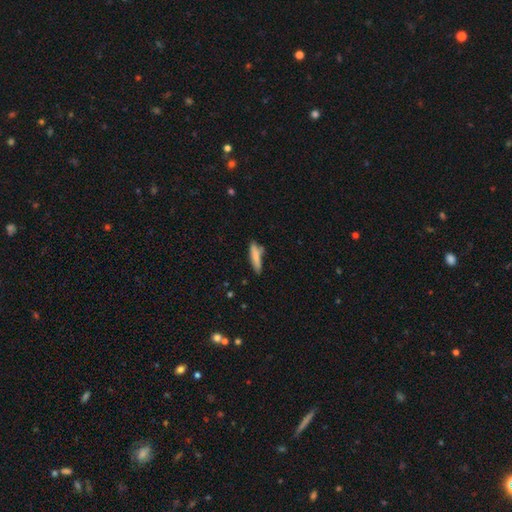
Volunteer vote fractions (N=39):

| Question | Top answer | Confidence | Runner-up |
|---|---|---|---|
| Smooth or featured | smooth | 72% | featured or disk (21%) |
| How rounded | cigar-shaped | 82% | in between (18%) |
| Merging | none | 53% | minor disturbance (22%) |